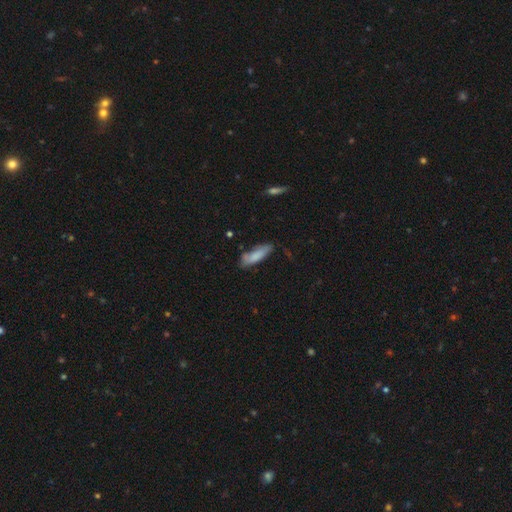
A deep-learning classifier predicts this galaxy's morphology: smooth_or_featured: smooth (p=0.80) [alt: featured or disk p=0.14]
how_rounded: cigar-shaped (p=0.55) [alt: in between p=0.44]
merging: none (p=0.67) [alt: minor disturbance p=0.24]